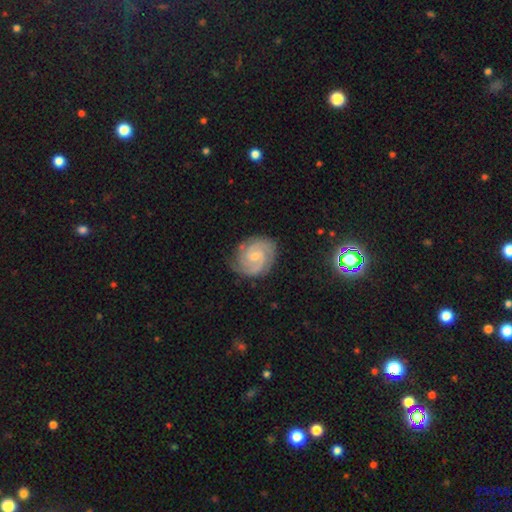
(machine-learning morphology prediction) Smooth or featured? Predicted: featured or disk (p=0.89). Edge-on disk? Predicted: no (p=0.98). Bar? Predicted: no (p=0.48). Spiral arms? Predicted: yes (p=0.98). Spiral winding? Predicted: tight (p=0.69). Spiral arm count? Predicted: 2 (p=0.67). Bulge size? Predicted: small (p=0.58). Merging? Predicted: none (p=0.79).